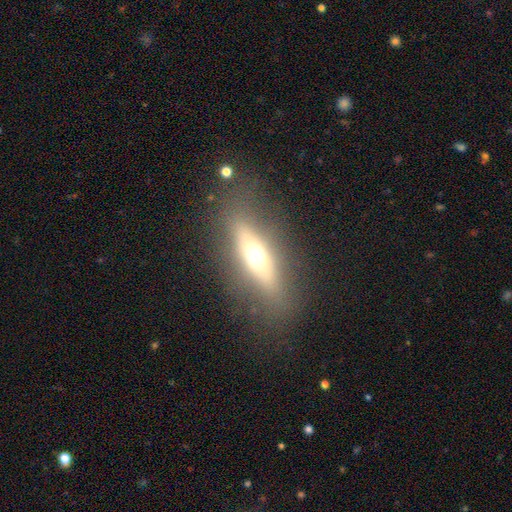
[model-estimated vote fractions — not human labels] Smooth or featured?
  - featured or disk: 45% *
  - smooth: 44%
  - star or artifact: 11%
Merging?
  - none: 78% *
  - minor disturbance: 13%
  - major disturbance: 8%
  - merger: 2%